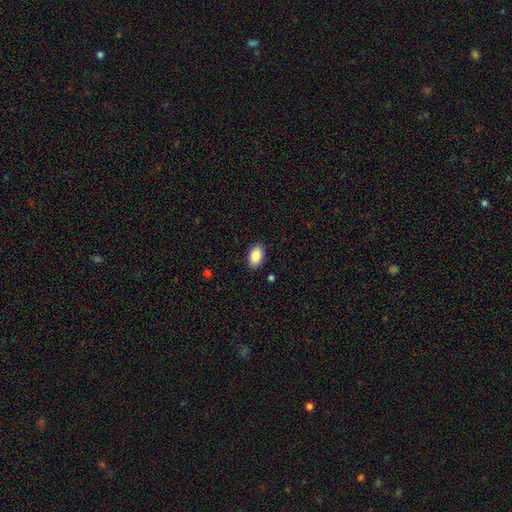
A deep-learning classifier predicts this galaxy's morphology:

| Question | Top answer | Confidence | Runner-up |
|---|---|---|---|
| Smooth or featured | smooth | 87% | star or artifact (7%) |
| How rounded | in between | 93% | round (6%) |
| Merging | none | 89% | minor disturbance (8%) |